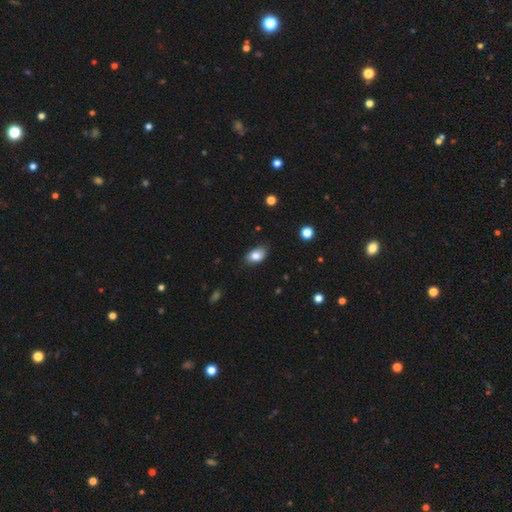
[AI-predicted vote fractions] Morphology: type=smooth (83%); roundness=in between (88%); merging=none (77%).